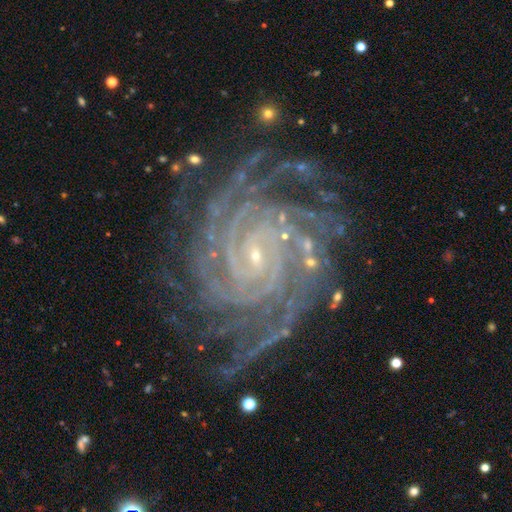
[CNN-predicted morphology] This is clearly a featured or disk galaxy (92%). It is clearly not viewed edge-on (98%). Bar: possibly no (57%). Spiral arm pattern: clearly yes (99%). Spiral arm count: marginally more than 4 (25%). Spiral winding: clearly tight (83%). Central bulge: clearly small (88%). Merging: likely none (78%).